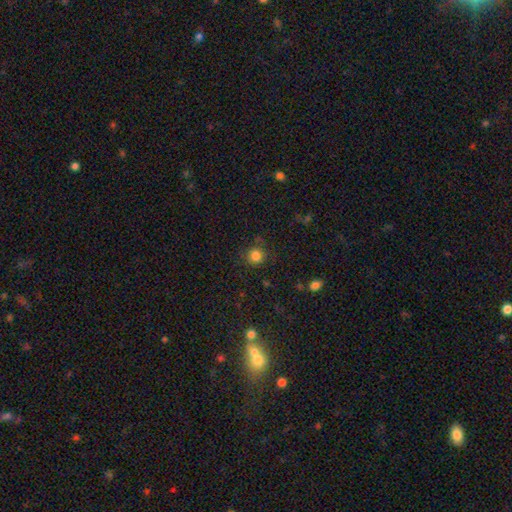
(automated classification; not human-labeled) Smooth or featured: smooth — 82% (star or artifact — 13%)
How rounded: round — 90% (in between — 9%)
Merging: none — 82% (minor disturbance — 11%)